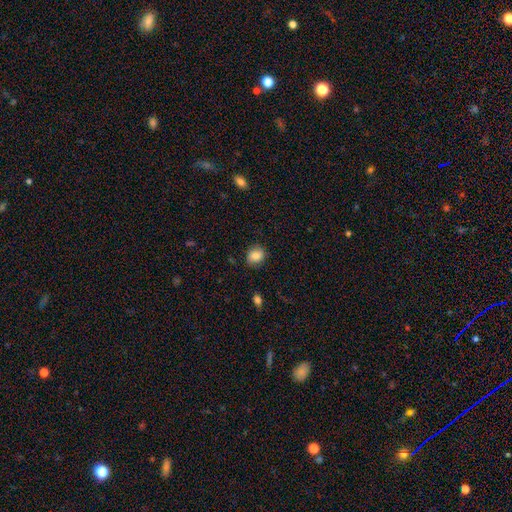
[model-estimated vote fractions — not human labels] smooth 83%, star or artifact 9%, featured or disk 8%. Down the decision tree: how rounded — round (61%); merging — none (81%).